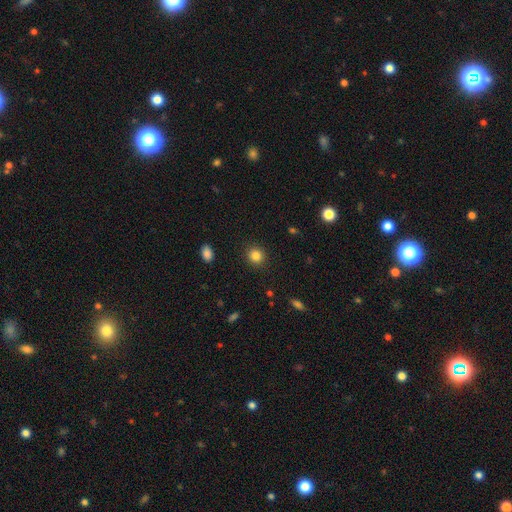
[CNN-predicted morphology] The model was most divided on "smooth or featured": smooth: 84%, star or artifact: 11%, featured or disk: 5%. More confident: merging — none (91%); how rounded — round (88%).